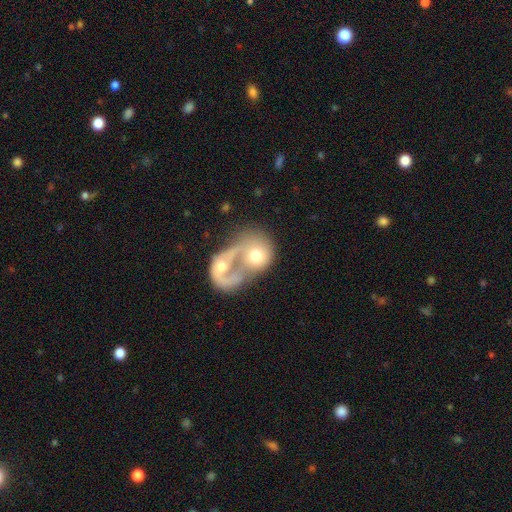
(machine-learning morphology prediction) This is possibly a featured or disk galaxy (48%). Merging: likely merger (77%).